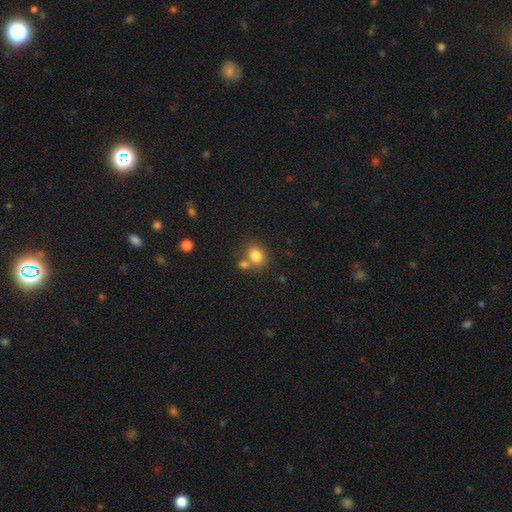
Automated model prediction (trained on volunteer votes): Morphology: type=smooth (82%); roundness=round (54%); merging=none (57%).